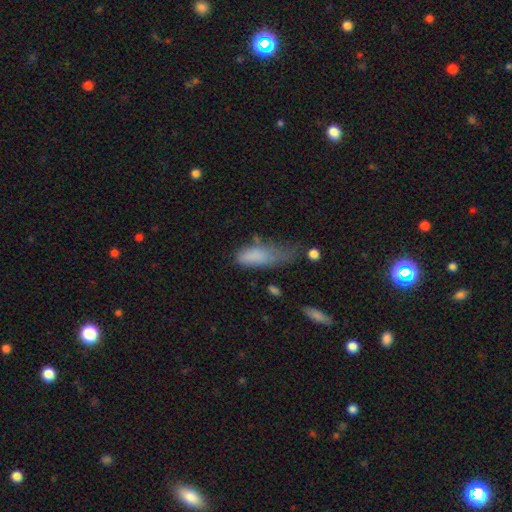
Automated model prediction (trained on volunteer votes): smooth-or-featured: smooth: 77% | featured or disk: 14% | star or artifact: 9%
  how-rounded: in between: 75% | cigar-shaped: 22% | round: 3%
  merging: major disturbance: 43% | minor disturbance: 33% | none: 19% | merger: 6%